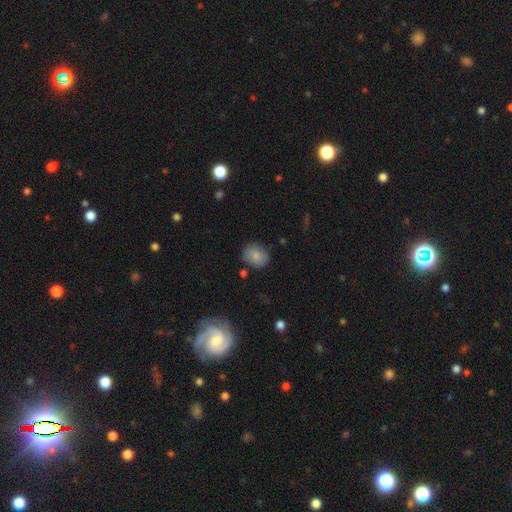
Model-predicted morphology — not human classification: A smooth galaxy with no disk features (80%) that is round (64%). Merging: none (80%).